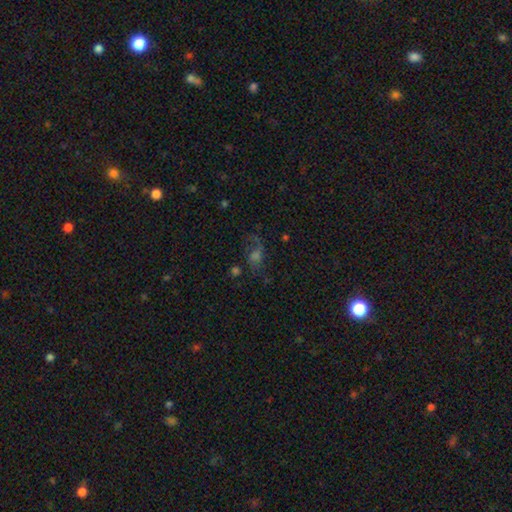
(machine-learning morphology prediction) Smooth or featured?
  - featured or disk: 44% *
  - smooth: 29%
  - star or artifact: 28%
Merging?
  - none: 58% *
  - major disturbance: 20%
  - minor disturbance: 18%
  - merger: 4%